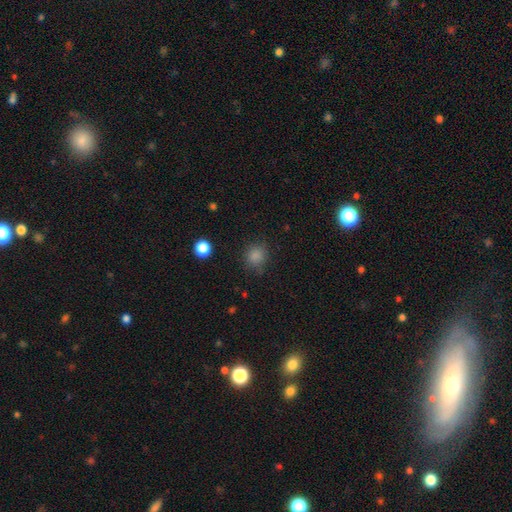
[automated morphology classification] smooth-or-featured: smooth: 84% | star or artifact: 12% | featured or disk: 4%
  how-rounded: round: 81% | in between: 18% | cigar-shaped: 1%
  merging: none: 79% | minor disturbance: 15% | major disturbance: 5% | merger: 2%